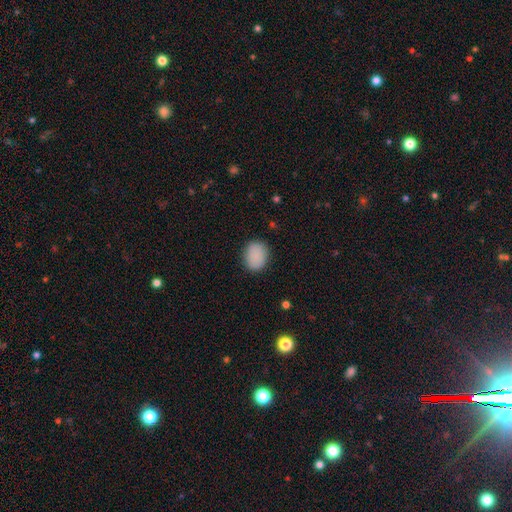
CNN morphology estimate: Smooth or featured?
  - smooth: 88% *
  - star or artifact: 8%
  - featured or disk: 4%
How rounded?
  - in between: 55% *
  - round: 44%
  - cigar-shaped: 1%
Merging?
  - none: 85% *
  - minor disturbance: 11%
  - major disturbance: 3%
  - merger: 1%